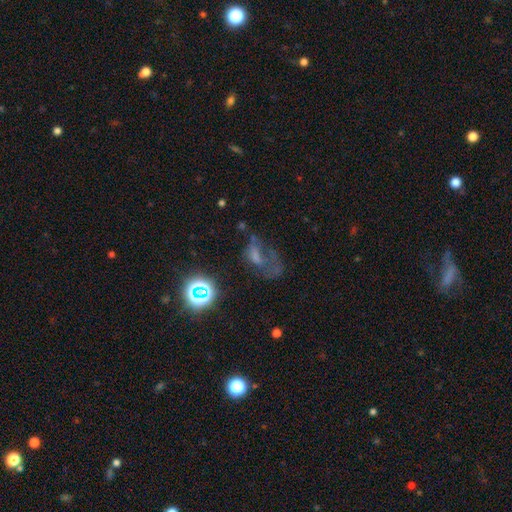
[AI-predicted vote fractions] featured or disk 36%, star or artifact 33%, smooth 32%. Down the decision tree: merging — major disturbance (43%).